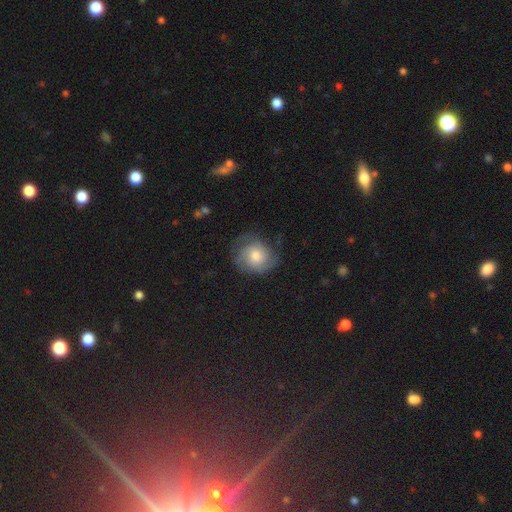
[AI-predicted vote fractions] The model was most divided on "smooth or featured": featured or disk: 58%, smooth: 34%, star or artifact: 8%. More confident: edge-on disk — no (97%); spiral arms — yes (89%); bar — no (77%); merging — none (67%); bulge size — moderate (62%).